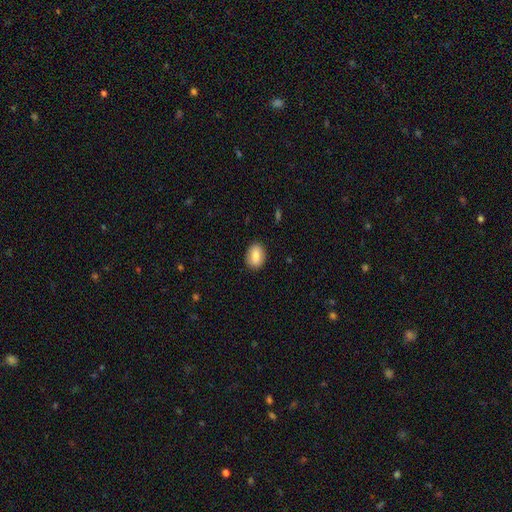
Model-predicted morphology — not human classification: The model was most divided on "how rounded": in between: 80%, round: 18%, cigar-shaped: 1%. More confident: merging — none (88%); smooth or featured — smooth (85%).